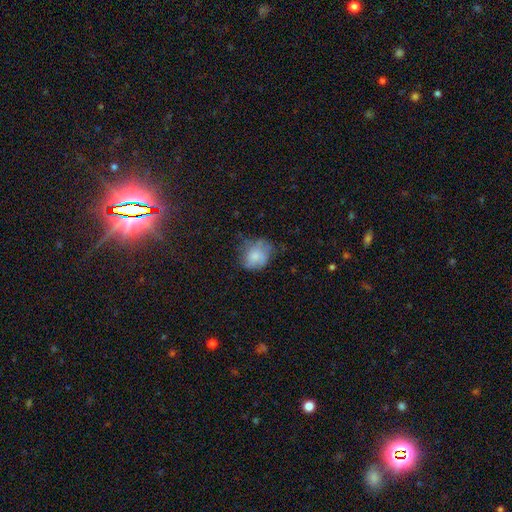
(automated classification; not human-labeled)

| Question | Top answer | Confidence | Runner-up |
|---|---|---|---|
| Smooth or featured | smooth | 69% | featured or disk (22%) |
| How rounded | round | 55% | in between (44%) |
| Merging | none | 44% | minor disturbance (34%) |